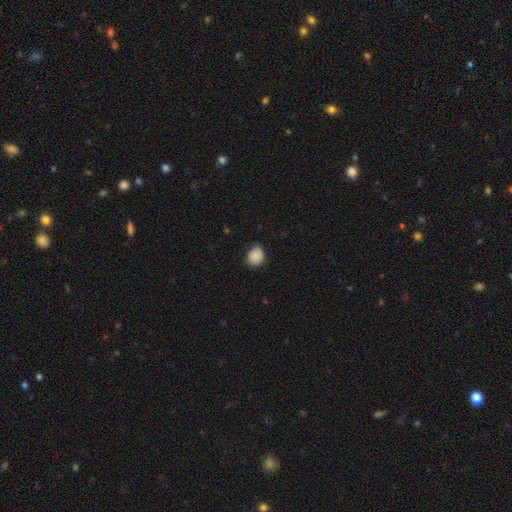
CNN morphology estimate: Smooth or featured? smooth (87%)
How rounded? round (69%)
Merging? none (73%)